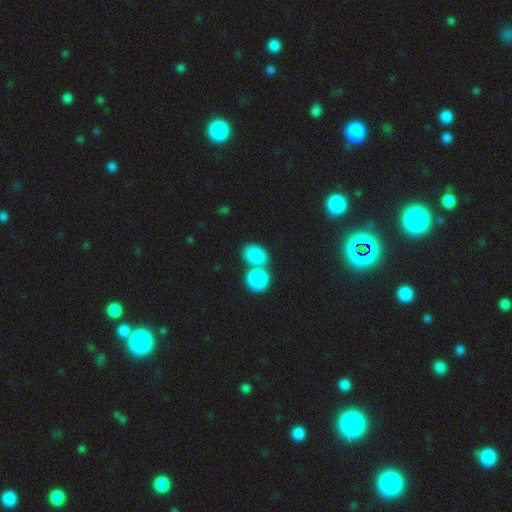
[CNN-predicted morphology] smooth 84%, star or artifact 11%, featured or disk 6%. Down the decision tree: how rounded — in between (74%); merging — none (51%).